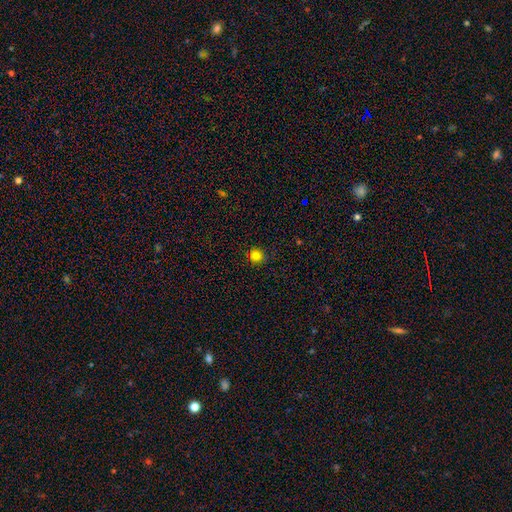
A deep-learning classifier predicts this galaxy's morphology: smooth-or-featured: smooth: 82% | star or artifact: 14% | featured or disk: 4%
  how-rounded: round: 92% | in between: 7% | cigar-shaped: 1%
  merging: none: 90% | minor disturbance: 7% | major disturbance: 2% | merger: 1%